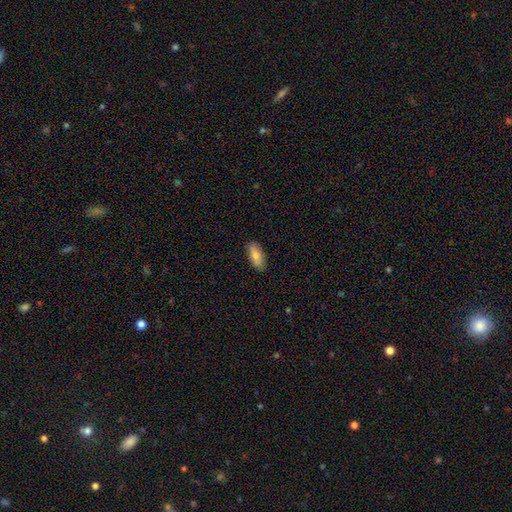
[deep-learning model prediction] Smooth or featured? Predicted: smooth (p=0.81). How rounded? Predicted: in between (p=0.83). Merging? Predicted: none (p=0.88).